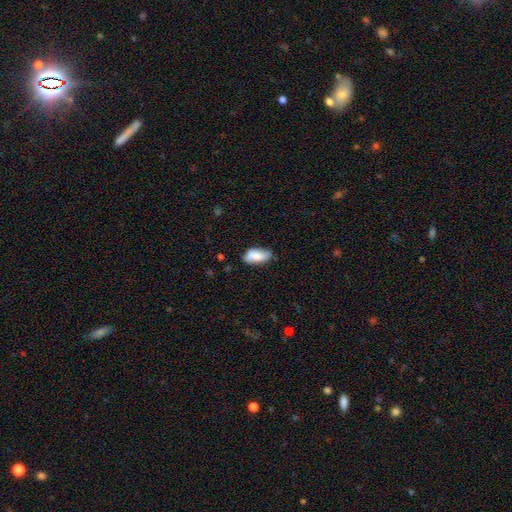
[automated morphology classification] This appears to be a smooth galaxy with no disk features (77%) that is in between round and cigar-shaped (91%). Merging: none (72%).